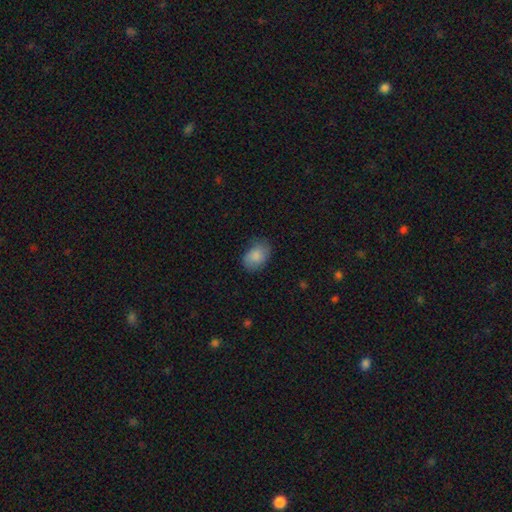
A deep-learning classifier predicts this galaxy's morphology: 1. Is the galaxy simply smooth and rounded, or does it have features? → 80% smooth, 13% featured or disk, 7% star or artifact.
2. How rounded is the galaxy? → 79% in between, 20% round, 1% cigar-shaped.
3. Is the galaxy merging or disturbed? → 63% none, 28% minor disturbance, 8% major disturbance, 1% merger.